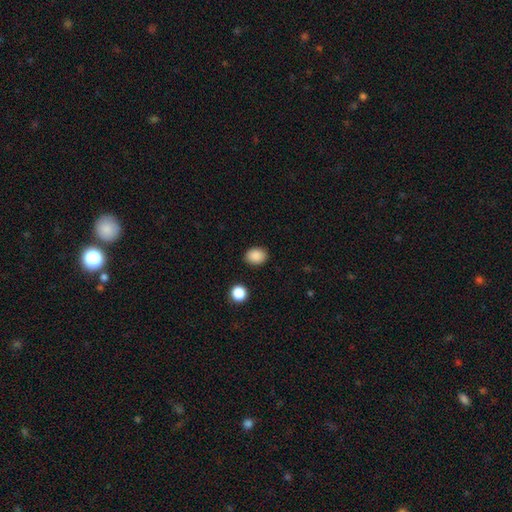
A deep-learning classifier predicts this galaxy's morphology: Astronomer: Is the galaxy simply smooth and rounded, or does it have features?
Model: smooth — 88%.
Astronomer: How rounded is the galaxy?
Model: in between — 56% (runner-up: round, 43%).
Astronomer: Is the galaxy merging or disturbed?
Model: none — 87%.